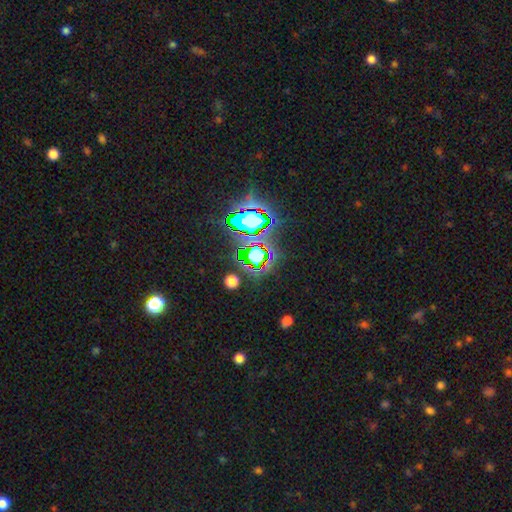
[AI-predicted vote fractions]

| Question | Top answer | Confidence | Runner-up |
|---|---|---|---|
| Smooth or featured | star or artifact | 74% | smooth (15%) |